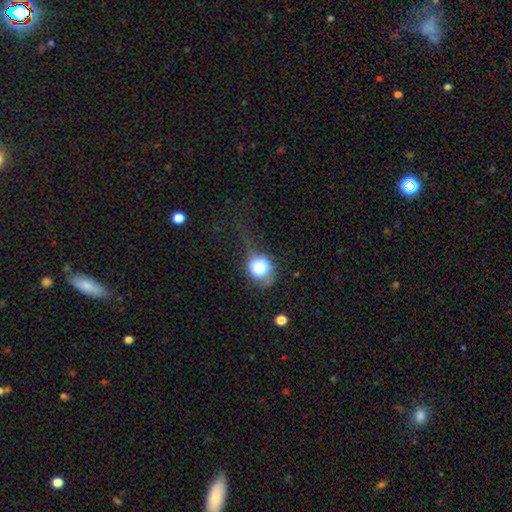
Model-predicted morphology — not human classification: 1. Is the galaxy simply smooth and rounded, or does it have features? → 56% smooth, 29% star or artifact, 16% featured or disk.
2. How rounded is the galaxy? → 84% round, 13% in between, 3% cigar-shaped.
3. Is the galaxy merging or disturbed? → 49% none, 27% major disturbance, 20% minor disturbance, 4% merger.